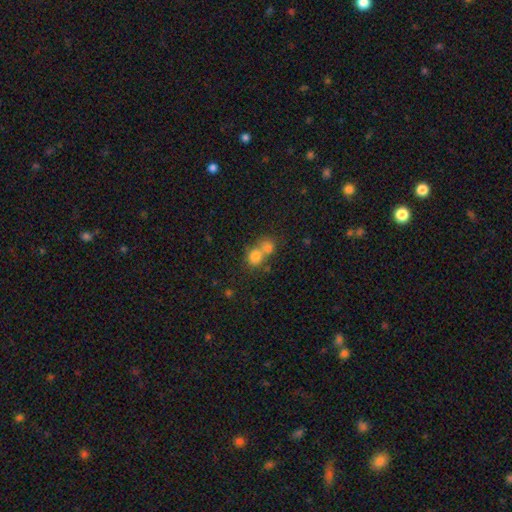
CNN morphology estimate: A smooth galaxy with no disk features (78%) that is round (70%). Merging: merger (59%).